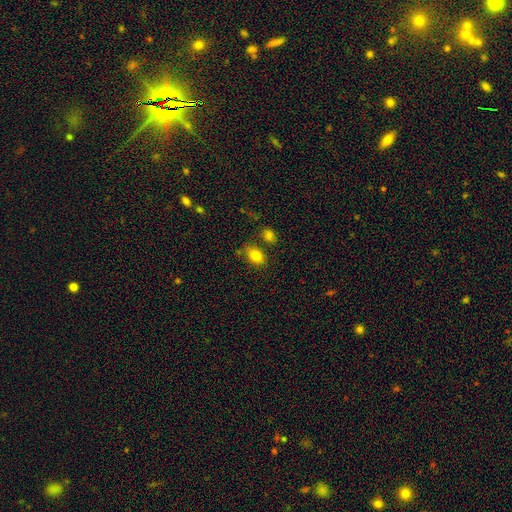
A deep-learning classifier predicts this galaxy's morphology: type=smooth (82%); roundness=in between (83%); merging=none (72%).